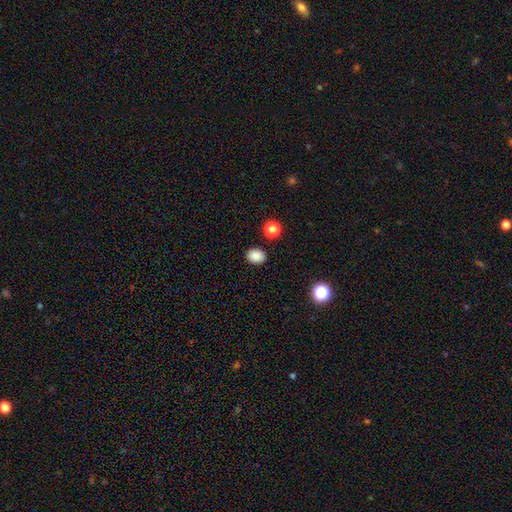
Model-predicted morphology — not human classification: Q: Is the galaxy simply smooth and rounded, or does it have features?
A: smooth — 84%.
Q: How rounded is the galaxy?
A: in between — 60%.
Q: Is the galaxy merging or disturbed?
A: none — 88%.